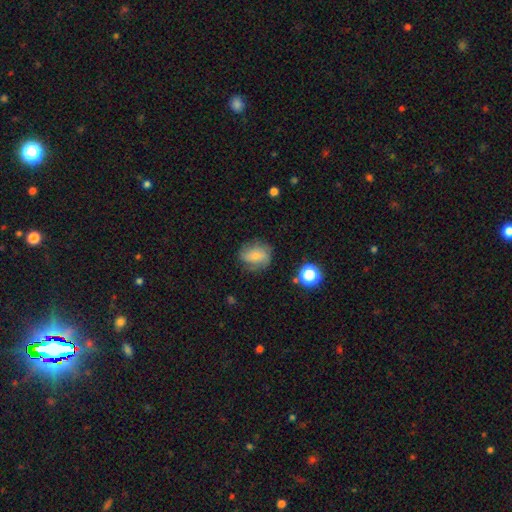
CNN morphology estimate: A smooth galaxy with no disk features (53%) that is round (52%).

Vote fractions:
- Smooth or featured? smooth: 53% / featured or disk: 37% / star or artifact: 11%
- How rounded? round: 52% / in between: 47% / cigar-shaped: 2%
- Merging? none: 64% / minor disturbance: 24% / major disturbance: 11% / merger: 2%